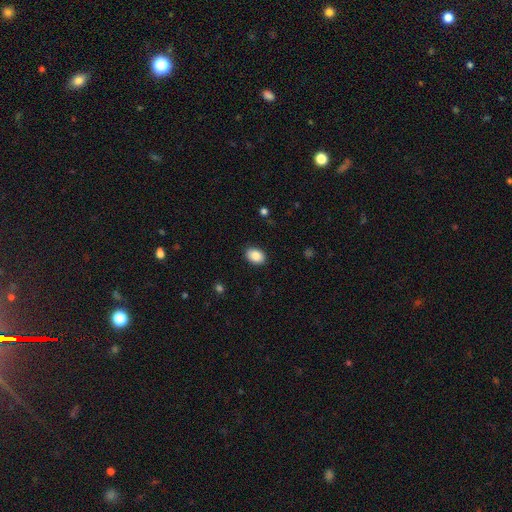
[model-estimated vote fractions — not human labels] A smooth galaxy with no disk features (86%) that is in between round and cigar-shaped (77%).

Vote fractions:
- Smooth or featured? smooth: 86% / star or artifact: 8% / featured or disk: 6%
- How rounded? in between: 77% / round: 22% / cigar-shaped: 1%
- Merging? none: 88% / minor disturbance: 9% / major disturbance: 2% / merger: 1%